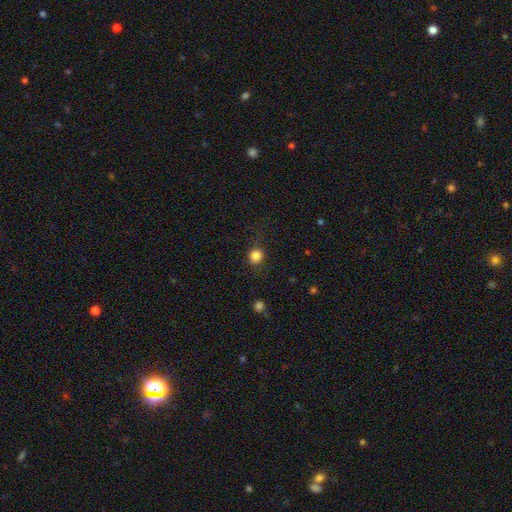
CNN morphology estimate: A smooth galaxy with no disk features (83%) that is round (84%).

Vote fractions:
- Smooth or featured? smooth: 83% / star or artifact: 12% / featured or disk: 5%
- How rounded? round: 84% / in between: 15% / cigar-shaped: 1%
- Merging? none: 77% / minor disturbance: 15% / major disturbance: 6% / merger: 2%